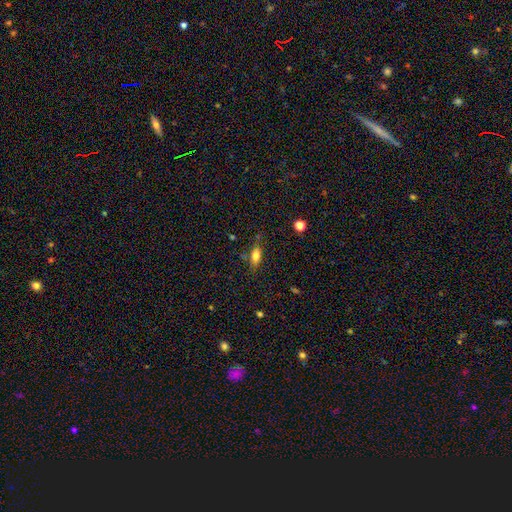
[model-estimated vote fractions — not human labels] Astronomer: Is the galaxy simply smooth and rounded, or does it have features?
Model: smooth — 76%.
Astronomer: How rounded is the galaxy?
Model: in between — 78%.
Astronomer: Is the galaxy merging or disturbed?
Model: none — 73%.